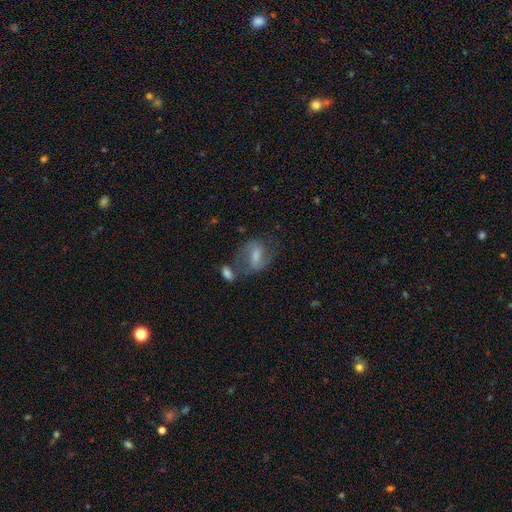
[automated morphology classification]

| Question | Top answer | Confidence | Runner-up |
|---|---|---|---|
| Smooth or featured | featured or disk | 50% | smooth (41%) |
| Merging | none | 49% | minor disturbance (20%) |